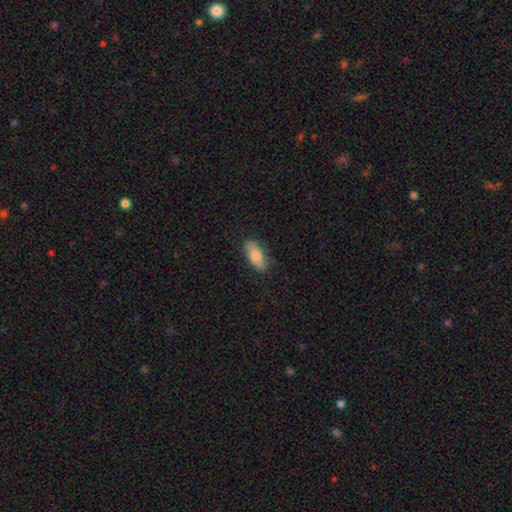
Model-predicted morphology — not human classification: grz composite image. It shows a smooth galaxy with no disk features (73%) that is in between round and cigar-shaped (79%). Merging: none (81%).